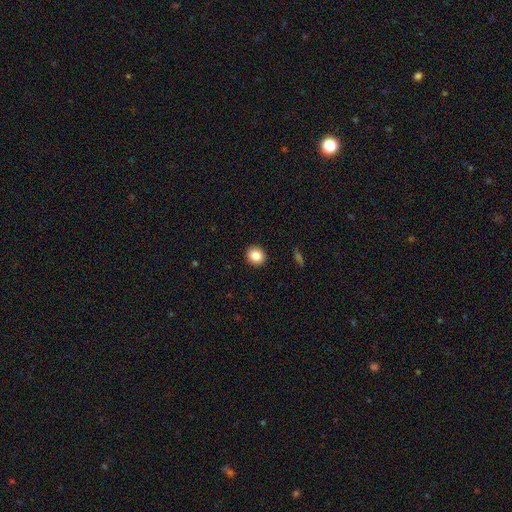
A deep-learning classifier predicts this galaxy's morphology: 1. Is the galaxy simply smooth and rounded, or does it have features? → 86% smooth, 9% star or artifact, 5% featured or disk.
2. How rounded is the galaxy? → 76% round, 23% in between, 1% cigar-shaped.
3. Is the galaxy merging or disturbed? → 92% none, 6% minor disturbance, 2% major disturbance, 1% merger.